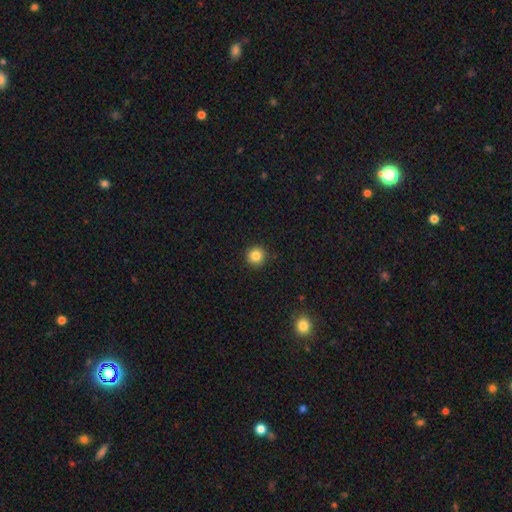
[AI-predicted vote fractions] A smooth galaxy with no disk features (85%) that is round (95%). Merging: none (93%).